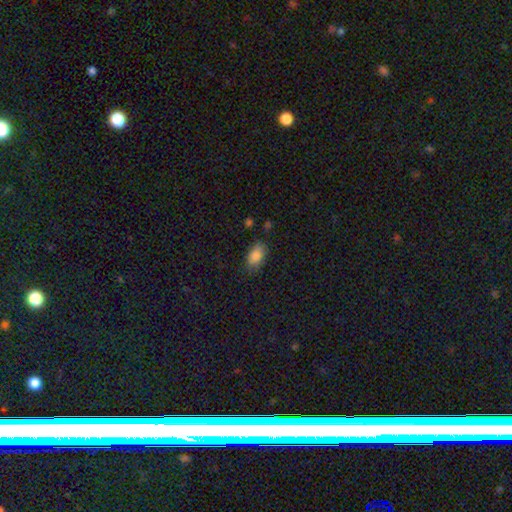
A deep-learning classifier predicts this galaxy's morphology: This appears to be a smooth galaxy with no disk features (85%) that is in between round and cigar-shaped (91%). Merging: none (76%).